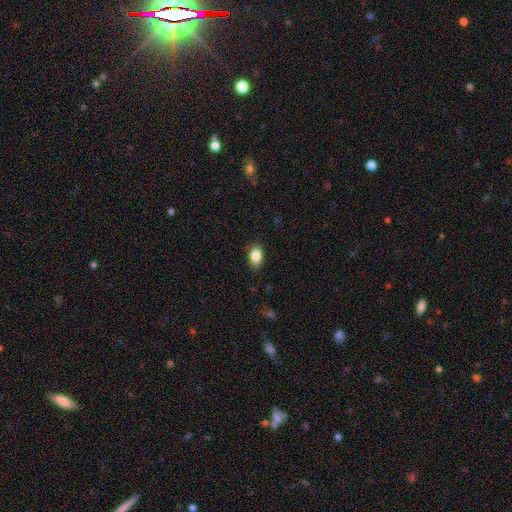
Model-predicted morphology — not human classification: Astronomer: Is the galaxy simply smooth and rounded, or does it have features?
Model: smooth — 87%.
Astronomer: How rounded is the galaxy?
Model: in between — 86%.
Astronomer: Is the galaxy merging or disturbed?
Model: none — 87%.